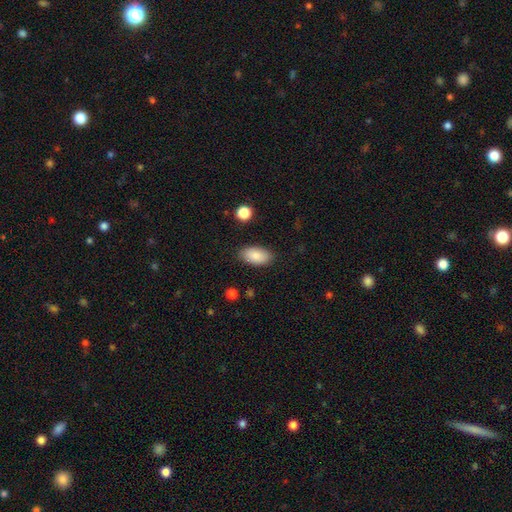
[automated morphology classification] Smooth or featured: smooth — 85% (featured or disk — 8%)
How rounded: in between — 94% (round — 3%)
Merging: none — 86% (minor disturbance — 10%)